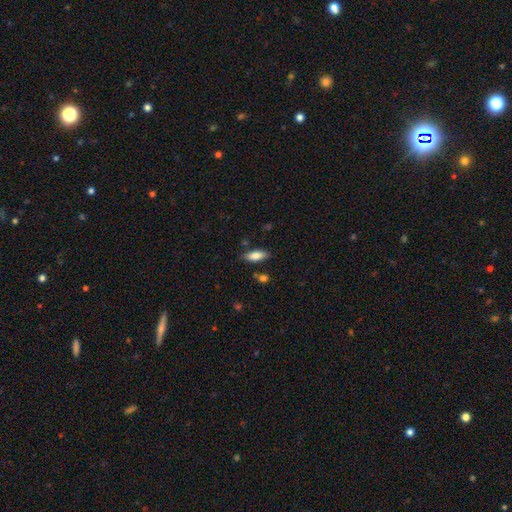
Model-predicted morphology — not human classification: smooth_or_featured: smooth (p=0.81) [alt: featured or disk p=0.12]
how_rounded: in between (p=0.72) [alt: cigar-shaped p=0.26]
merging: none (p=0.79) [alt: minor disturbance p=0.14]